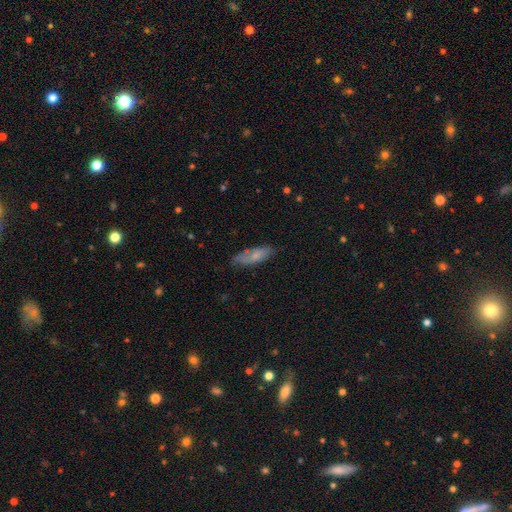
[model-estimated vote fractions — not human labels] Morphology: type=smooth (68%); roundness=in between (59%); merging=none (64%).